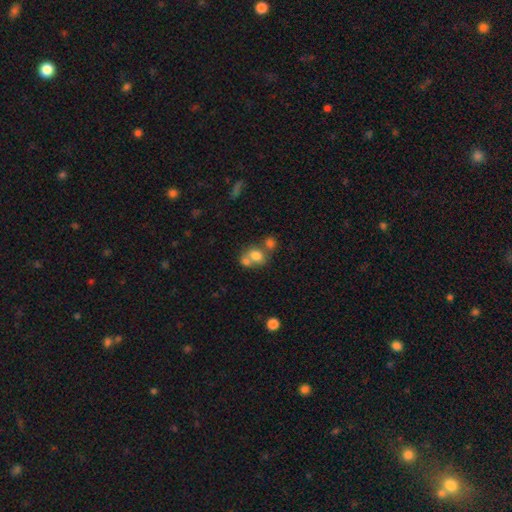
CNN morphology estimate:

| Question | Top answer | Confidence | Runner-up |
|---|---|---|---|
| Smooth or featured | smooth | 72% | featured or disk (17%) |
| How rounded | round | 60% | in between (38%) |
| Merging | merger | 51% | none (35%) |